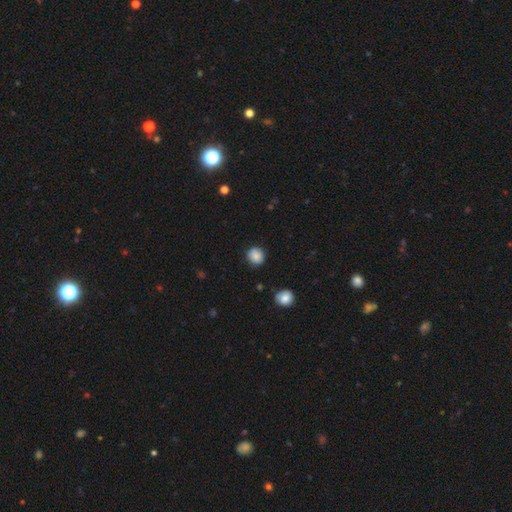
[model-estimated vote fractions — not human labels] A smooth galaxy with no disk features (86%) that is round (84%).

Vote fractions:
- Smooth or featured? smooth: 86% / star or artifact: 9% / featured or disk: 5%
- How rounded? round: 84% / in between: 15% / cigar-shaped: 1%
- Merging? none: 83% / minor disturbance: 13% / major disturbance: 3% / merger: 2%